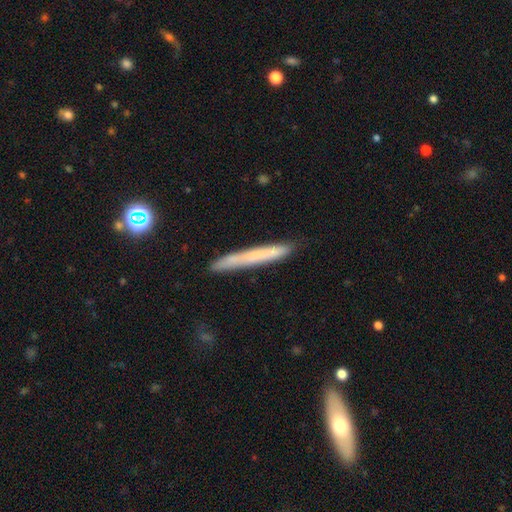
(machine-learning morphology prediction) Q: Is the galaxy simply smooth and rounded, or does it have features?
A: smooth — 61%.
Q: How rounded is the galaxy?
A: cigar-shaped — 97%.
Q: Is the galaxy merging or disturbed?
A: none — 84%.